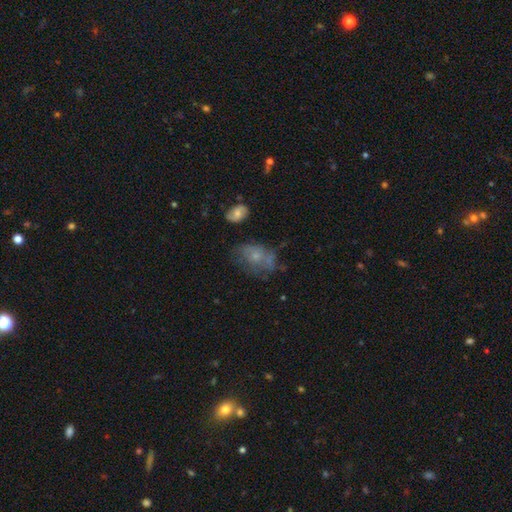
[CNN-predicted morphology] Smooth or featured? smooth (51%)
How rounded? in between (75%)
Merging? none (39%)